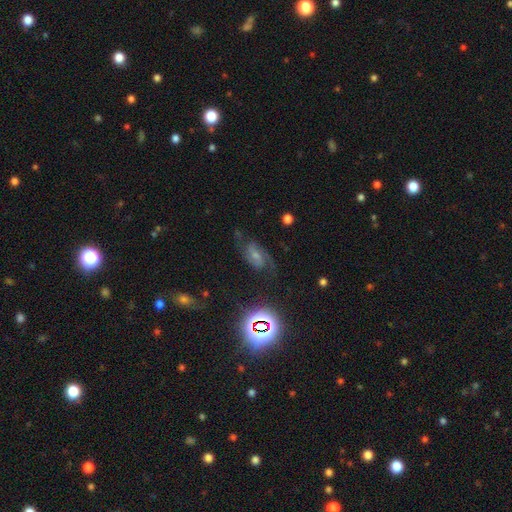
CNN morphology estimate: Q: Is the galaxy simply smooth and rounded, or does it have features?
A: featured or disk — 65%.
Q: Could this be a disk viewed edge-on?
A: no — 95%.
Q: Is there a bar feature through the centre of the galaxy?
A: weak — 46%.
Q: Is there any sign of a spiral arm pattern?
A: yes — 92%.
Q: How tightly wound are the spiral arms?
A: medium — 48%.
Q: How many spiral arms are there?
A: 2 — 84%.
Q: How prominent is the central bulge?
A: small — 47%.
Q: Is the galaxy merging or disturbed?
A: none — 64%.